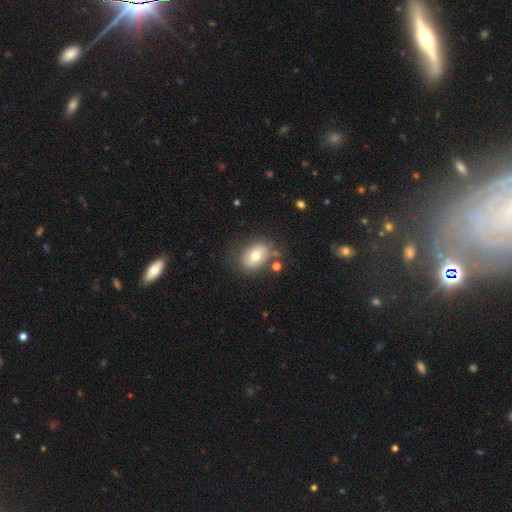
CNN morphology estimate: A smooth galaxy with no disk features (68%) that is in between round and cigar-shaped (69%).

Vote fractions:
- Smooth or featured? smooth: 68% / featured or disk: 23% / star or artifact: 9%
- How rounded? in between: 69% / round: 30% / cigar-shaped: 1%
- Merging? none: 70% / minor disturbance: 17% / merger: 7% / major disturbance: 6%